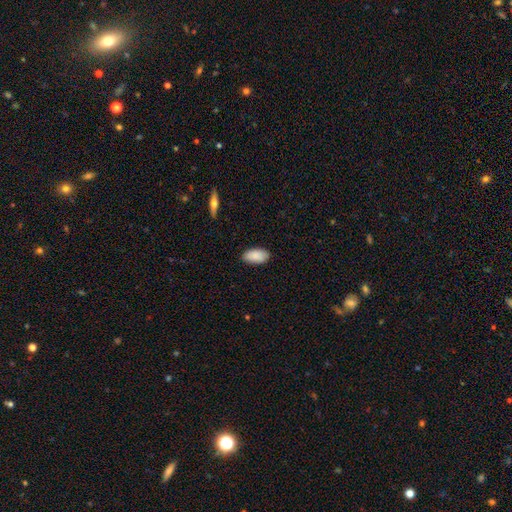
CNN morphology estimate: Overall: smooth (89%). How rounded: in between (94%). Merging: none (86%).